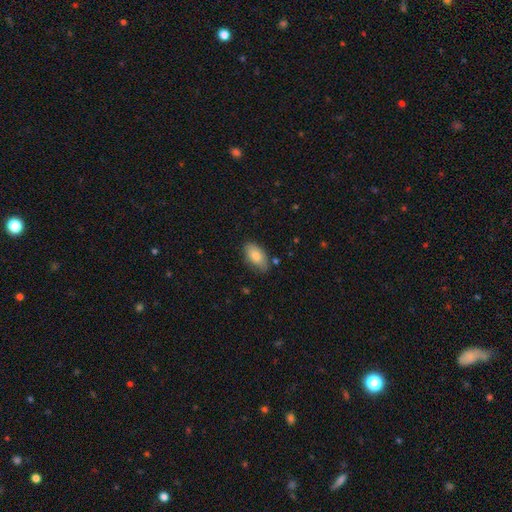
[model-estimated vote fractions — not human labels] The model was most divided on "merging": none: 74%, minor disturbance: 20%, major disturbance: 3%, merger: 2%. More confident: how rounded — in between (93%); smooth or featured — smooth (81%).